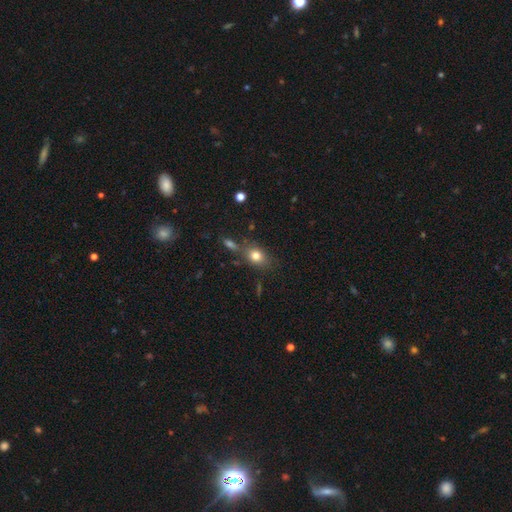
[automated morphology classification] This appears to be a smooth galaxy with no disk features (80%) that is in between round and cigar-shaped (66%). Merging: none (67%).